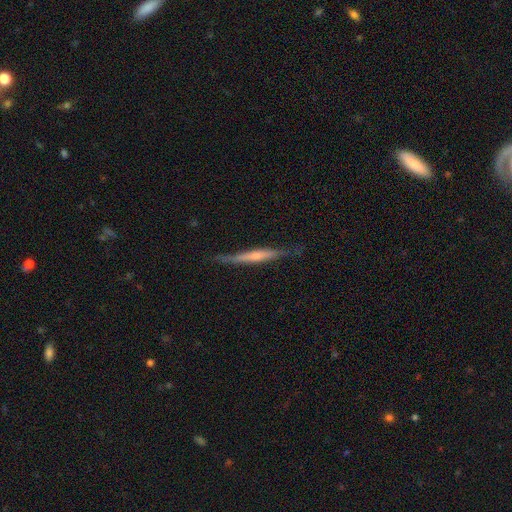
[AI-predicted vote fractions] Smooth or featured: featured or disk — 71% (smooth — 21%)
Edge-on disk: yes — 96% (no — 4%)
Edge-on bulge: rounded — 59% (none — 27%)
Merging: none — 83% (minor disturbance — 13%)